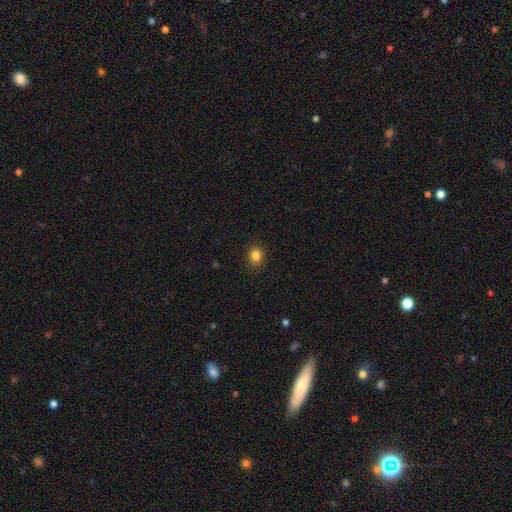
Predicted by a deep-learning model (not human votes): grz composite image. It shows a smooth galaxy with no disk features (84%) that is round (62%). Merging: none (90%).